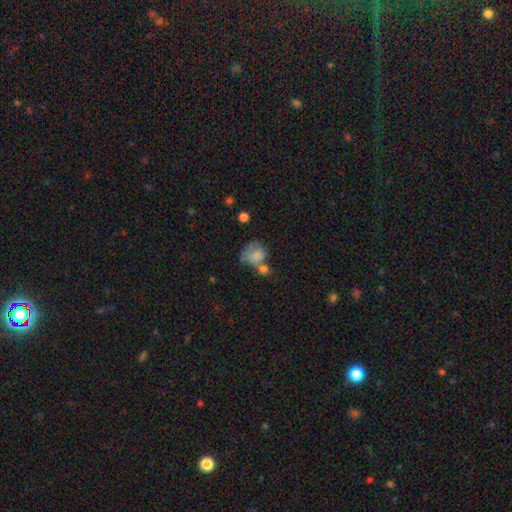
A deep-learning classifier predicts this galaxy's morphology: smooth 74%, featured or disk 16%, star or artifact 9%. Down the decision tree: how rounded — round (54%); merging — merger (36%).